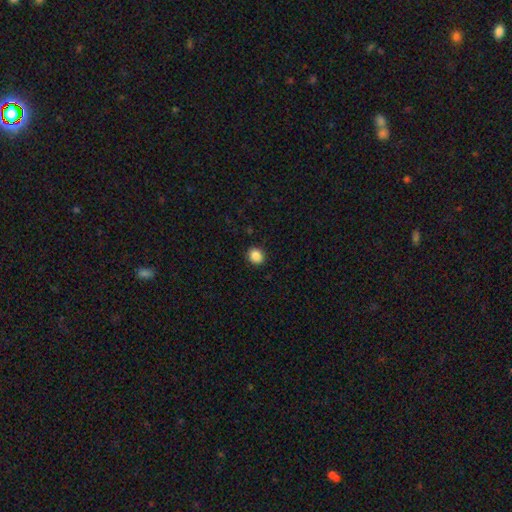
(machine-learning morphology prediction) A smooth galaxy with no disk features (88%) that is round (73%). Merging: none (90%).